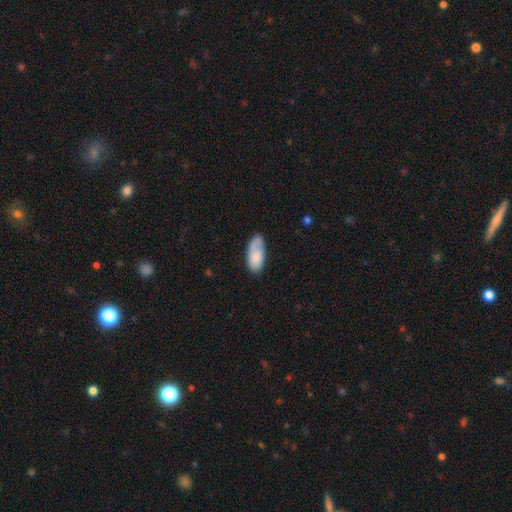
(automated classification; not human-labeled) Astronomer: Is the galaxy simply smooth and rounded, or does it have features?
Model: smooth — 76%.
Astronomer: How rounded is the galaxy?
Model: in between — 90%.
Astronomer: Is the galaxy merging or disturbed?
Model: none — 60%.